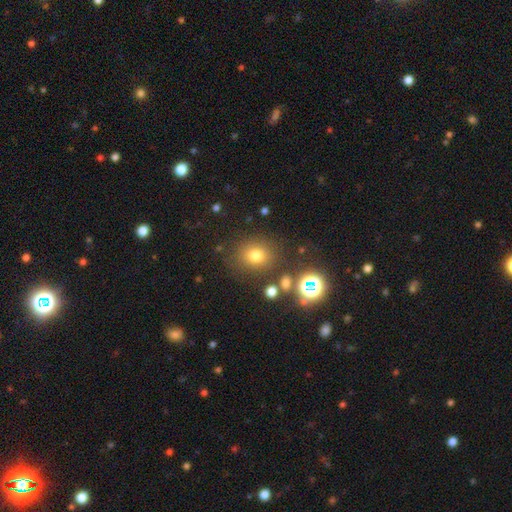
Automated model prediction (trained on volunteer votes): Smooth or featured? Predicted: smooth (p=0.72). How rounded? Predicted: round (p=0.71). Merging? Predicted: none (p=0.80).